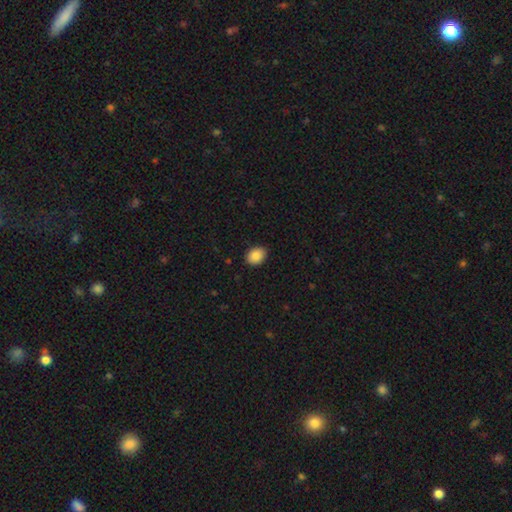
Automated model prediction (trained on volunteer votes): A smooth galaxy with no disk features (88%) that is in between round and cigar-shaped (67%). Merging: none (89%).